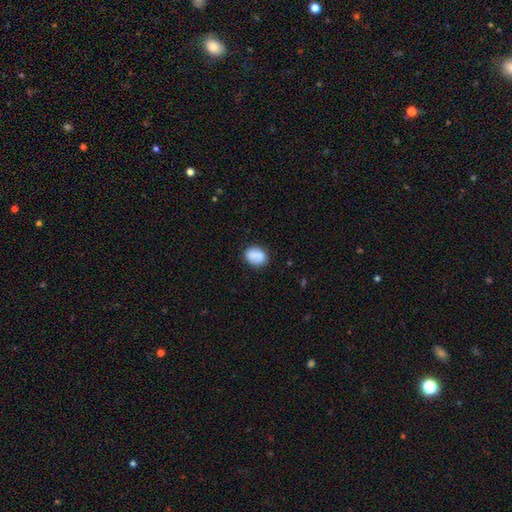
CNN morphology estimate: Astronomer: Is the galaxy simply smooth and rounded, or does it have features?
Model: smooth — 83%.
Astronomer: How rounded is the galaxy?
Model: in between — 55% (runner-up: round, 44%).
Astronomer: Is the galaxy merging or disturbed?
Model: none — 74%.